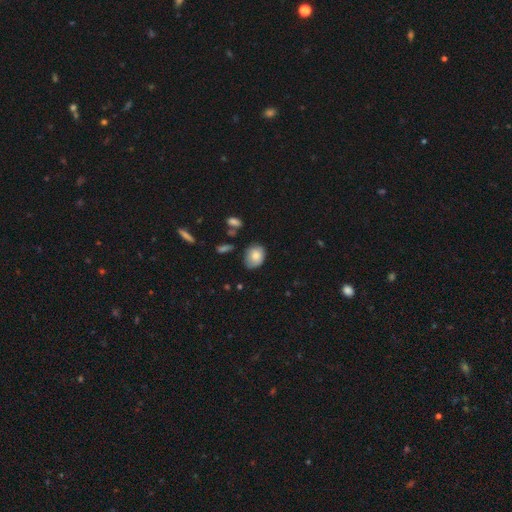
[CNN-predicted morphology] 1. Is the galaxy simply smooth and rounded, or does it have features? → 79% smooth, 13% featured or disk, 8% star or artifact.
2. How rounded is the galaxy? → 59% in between, 40% round, 1% cigar-shaped.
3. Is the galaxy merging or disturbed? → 65% none, 27% minor disturbance, 5% major disturbance, 3% merger.